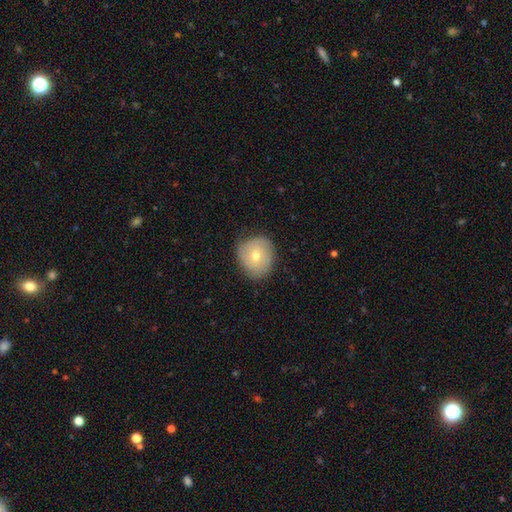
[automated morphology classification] type=smooth (54%); roundness=round (77%); merging=none (75%).